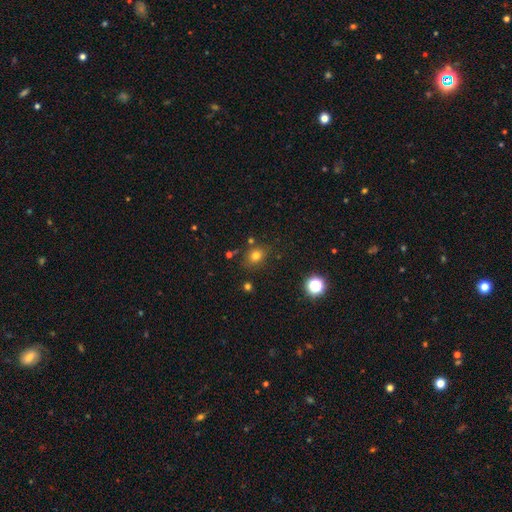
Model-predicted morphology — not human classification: A smooth galaxy with no disk features (74%) that is round (60%). Merging: none (77%).